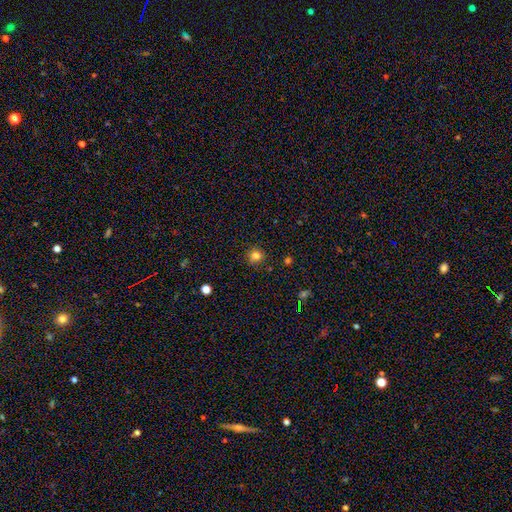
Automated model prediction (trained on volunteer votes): A smooth galaxy with no disk features (81%) that is round (92%).

Vote fractions:
- Smooth or featured? smooth: 81% / star or artifact: 14% / featured or disk: 5%
- How rounded? round: 92% / in between: 7% / cigar-shaped: 1%
- Merging? none: 87% / minor disturbance: 9% / major disturbance: 2% / merger: 2%